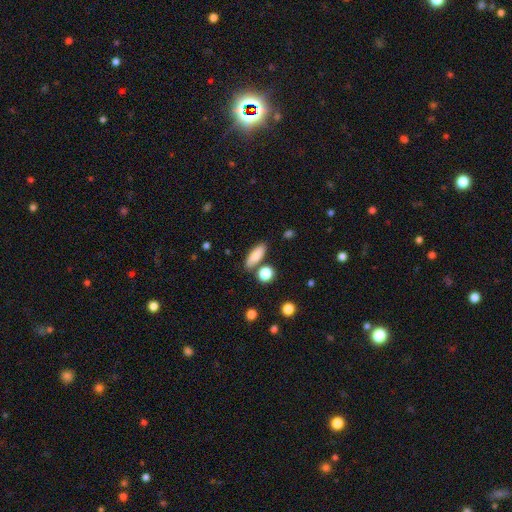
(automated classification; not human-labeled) smooth 83%, featured or disk 10%, star or artifact 8%. Down the decision tree: how rounded — in between (65%); merging — none (75%).